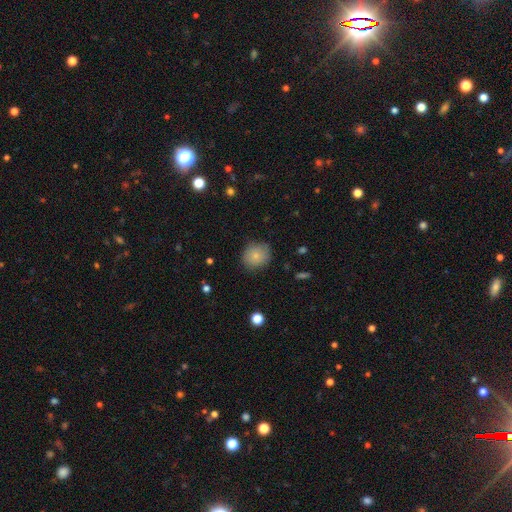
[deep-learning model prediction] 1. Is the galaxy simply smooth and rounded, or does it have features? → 80% smooth, 10% featured or disk, 10% star or artifact.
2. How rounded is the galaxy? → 78% round, 21% in between, 1% cigar-shaped.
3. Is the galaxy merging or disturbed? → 81% none, 14% minor disturbance, 4% major disturbance, 1% merger.